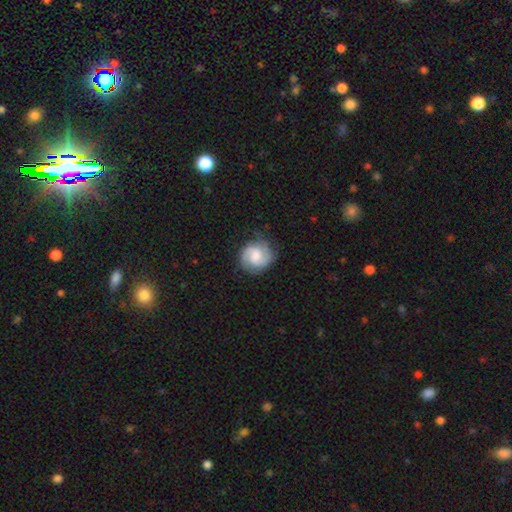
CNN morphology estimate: This is likely a featured or disk galaxy (61%). It is clearly not viewed edge-on (98%). Bar: possibly weak (47%). Spiral arm pattern: clearly yes (93%). Spiral arm count: clearly 2 (80%). Spiral winding: possibly medium (45%). Central bulge: marginally moderate (41%). Merging: likely none (74%).